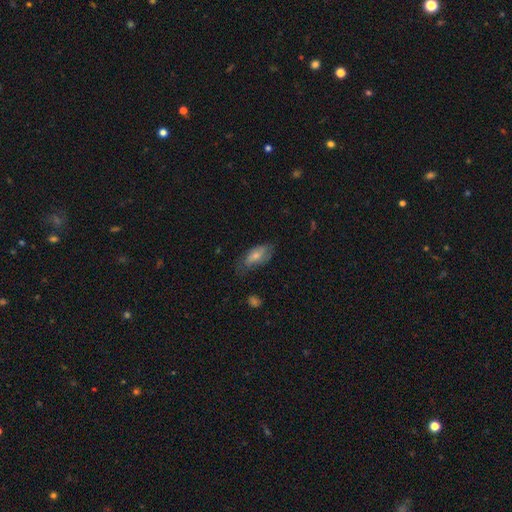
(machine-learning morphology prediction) The model was most divided on "merging": none: 54%, minor disturbance: 32%, major disturbance: 13%, merger: 2%. More confident: how rounded — in between (89%); smooth or featured — smooth (68%).